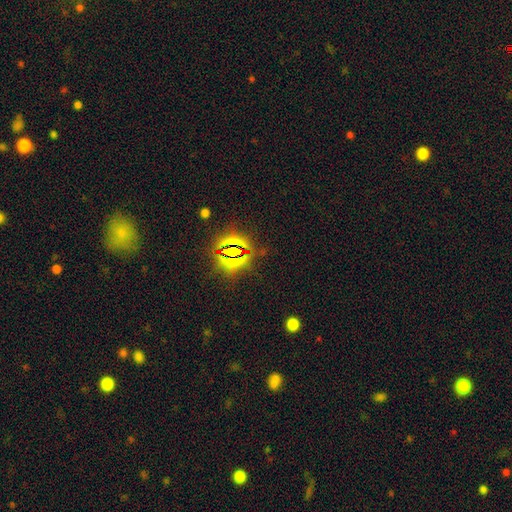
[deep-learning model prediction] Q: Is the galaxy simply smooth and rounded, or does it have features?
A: star or artifact — 80%.